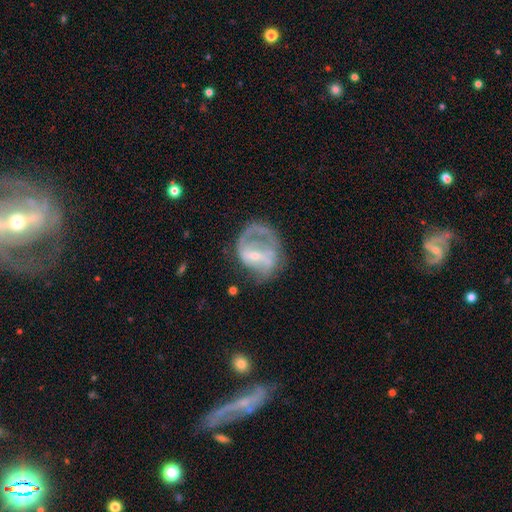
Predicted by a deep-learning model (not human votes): smooth-or-featured: featured or disk: 73% | smooth: 20% | star or artifact: 8%
  disk-edge-on: no: 97% | yes: 3%
    bar: weak: 46% | no: 30% | strong: 24%
    has-spiral-arms: yes: 72% | no: 28%
      spiral-winding: medium: 41% | loose: 34% | tight: 24%
      spiral-arm-count: 2: 38% | 1: 34% | can't tell: 20% | 3: 5% | 4: 2% | more than 4: 1%
    bulge-size: small: 63% | moderate: 26% | none: 8% | large: 2% | dominant: 1%
  merging: major disturbance: 39% | none: 35% | minor disturbance: 22% | merger: 4%